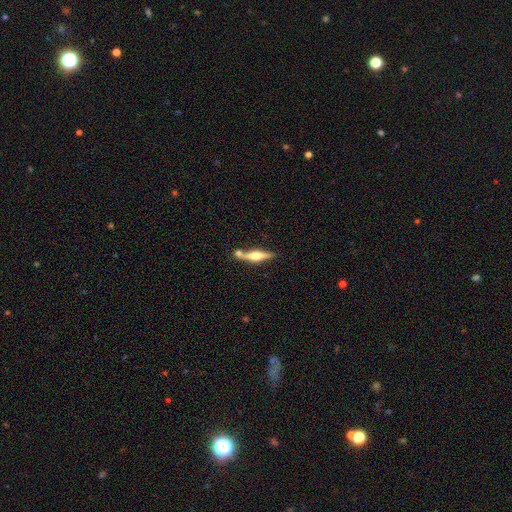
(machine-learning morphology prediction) This is likely a featured or disk galaxy (63%). It is clearly viewed edge-on (96%). Edge-on bulge: clearly rounded (89%). Merging: likely none (63%).